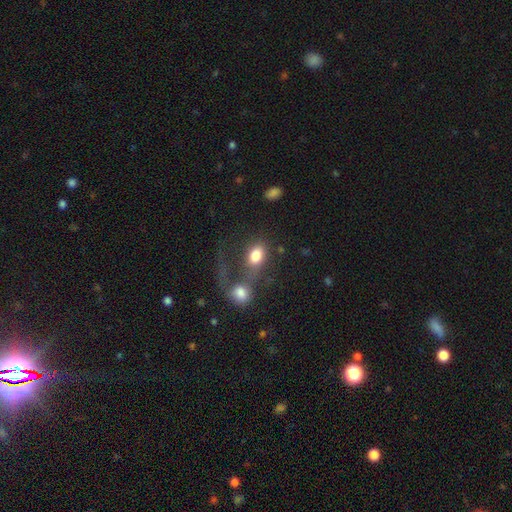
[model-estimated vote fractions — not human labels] A smooth galaxy with no disk features (78%) that is in between round and cigar-shaped (78%).

Vote fractions:
- Smooth or featured? smooth: 78% / featured or disk: 13% / star or artifact: 9%
- How rounded? in between: 78% / round: 20% / cigar-shaped: 2%
- Merging? merger: 46% / none: 25% / major disturbance: 18% / minor disturbance: 10%